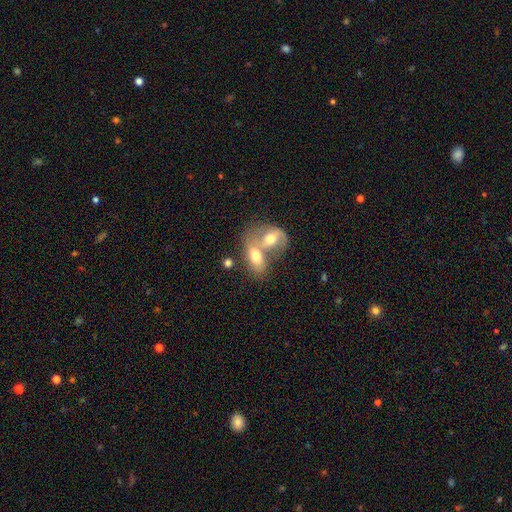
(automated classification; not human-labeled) smooth-or-featured: smooth: 60% | featured or disk: 34% | star or artifact: 7%
  how-rounded: in between: 84% | round: 12% | cigar-shaped: 4%
  merging: merger: 74% | none: 15% | minor disturbance: 6% | major disturbance: 5%